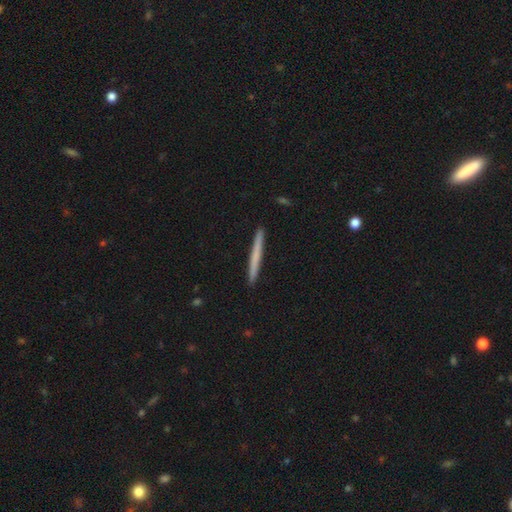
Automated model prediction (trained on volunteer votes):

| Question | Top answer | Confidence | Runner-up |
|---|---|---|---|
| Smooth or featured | smooth | 60% | featured or disk (34%) |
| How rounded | cigar-shaped | 97% | in between (2%) |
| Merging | none | 93% | minor disturbance (5%) |